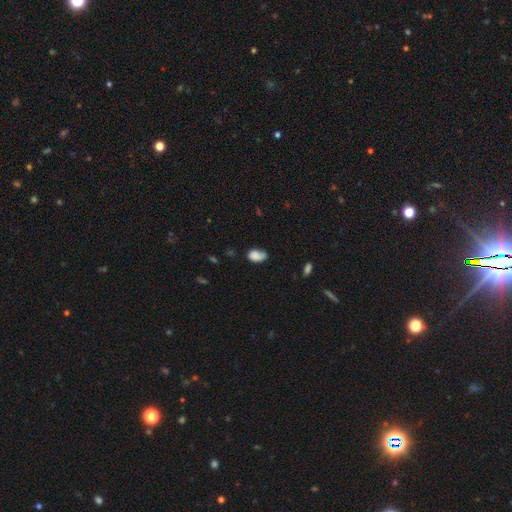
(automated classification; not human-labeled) Smooth or featured?
  - smooth: 80% *
  - featured or disk: 11%
  - star or artifact: 9%
How rounded?
  - in between: 89% *
  - round: 10%
  - cigar-shaped: 2%
Merging?
  - none: 48% *
  - minor disturbance: 35%
  - major disturbance: 13%
  - merger: 4%